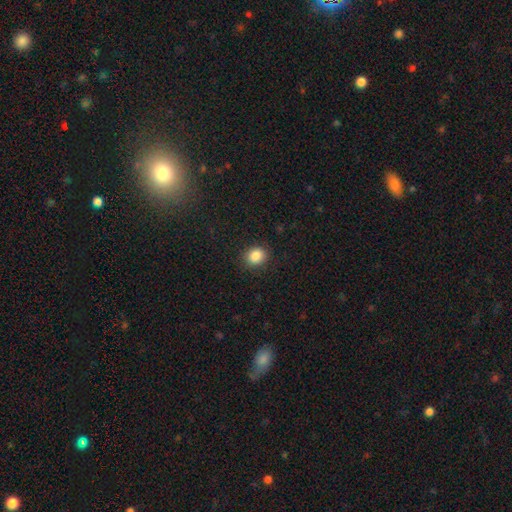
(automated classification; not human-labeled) Smooth or featured? Predicted: smooth (p=0.86). How rounded? Predicted: round (p=0.68). Merging? Predicted: none (p=0.88).